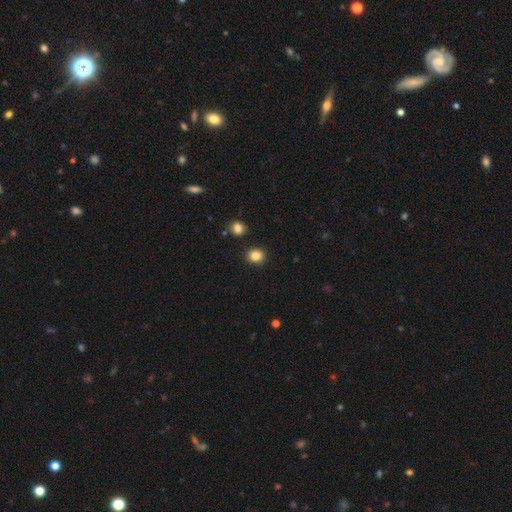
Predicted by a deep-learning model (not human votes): smooth 85%, star or artifact 11%, featured or disk 4%. Down the decision tree: how rounded — round (78%); merging — none (90%).